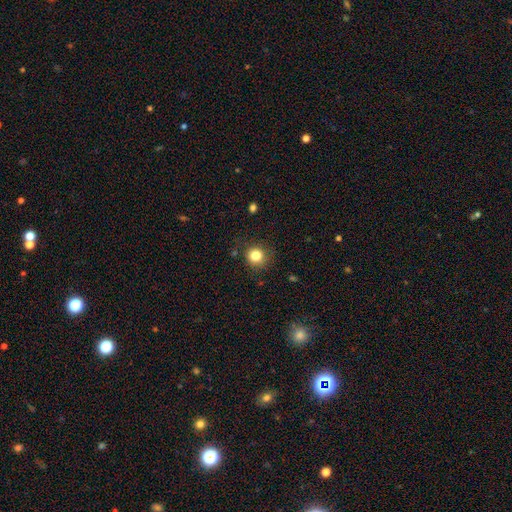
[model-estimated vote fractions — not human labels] smooth 82%, star or artifact 12%, featured or disk 6%. Down the decision tree: how rounded — round (89%); merging — none (83%).